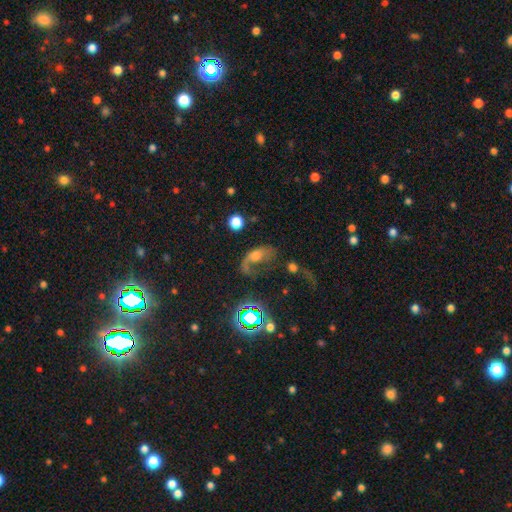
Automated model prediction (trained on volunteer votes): Q: Smooth or featured?
A: featured or disk (42%); runner-up: smooth (39%)
Q: Merging?
A: major disturbance (47%); runner-up: none (25%)